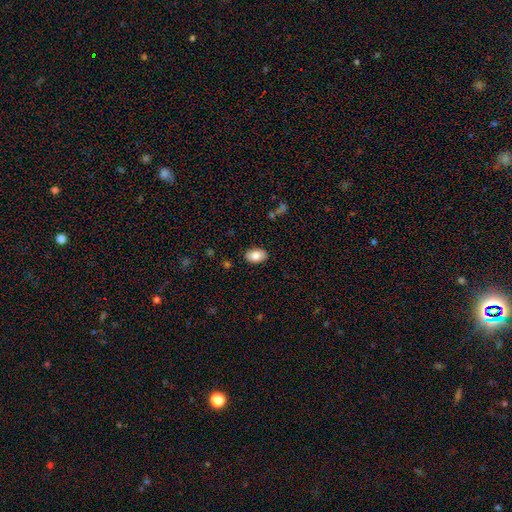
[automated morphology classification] Smooth or featured? Predicted: smooth (p=0.85). How rounded? Predicted: in between (p=0.92). Merging? Predicted: none (p=0.87).